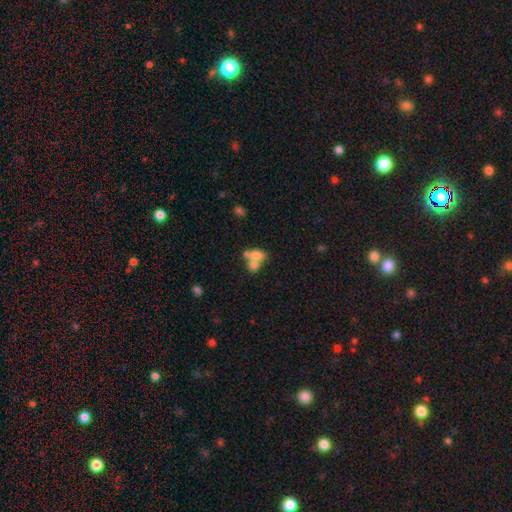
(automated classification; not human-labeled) Smooth or featured?
  - smooth: 67% *
  - featured or disk: 23%
  - star or artifact: 10%
How rounded?
  - in between: 69% *
  - round: 27%
  - cigar-shaped: 3%
Merging?
  - merger: 62% *
  - none: 25%
  - minor disturbance: 8%
  - major disturbance: 5%